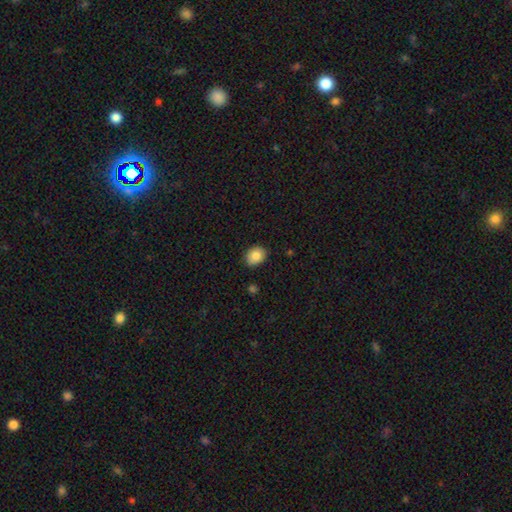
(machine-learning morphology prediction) A smooth galaxy with no disk features (85%) that is in between round and cigar-shaped (59%). Merging: none (86%).